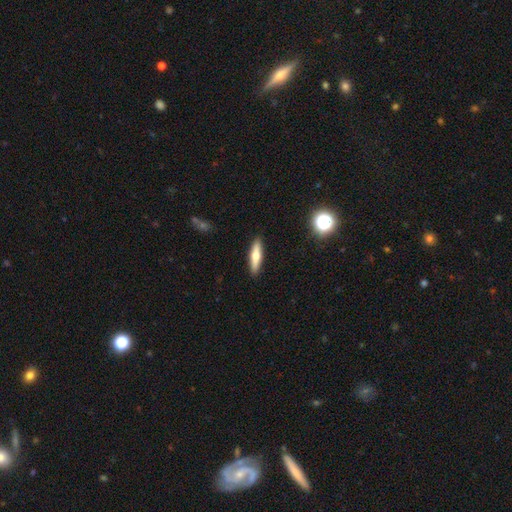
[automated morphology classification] Q: Smooth or featured?
A: smooth (59%); runner-up: featured or disk (34%)
Q: How rounded?
A: cigar-shaped (74%); runner-up: in between (24%)
Q: Merging?
A: none (90%); runner-up: minor disturbance (7%)